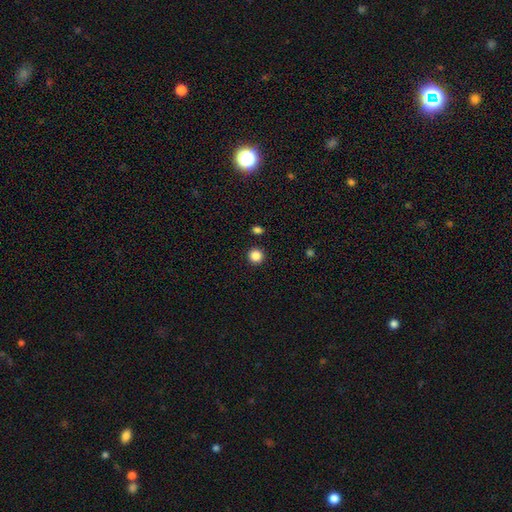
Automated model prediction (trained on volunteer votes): Smooth or featured? smooth (86%)
How rounded? round (95%)
Merging? none (92%)